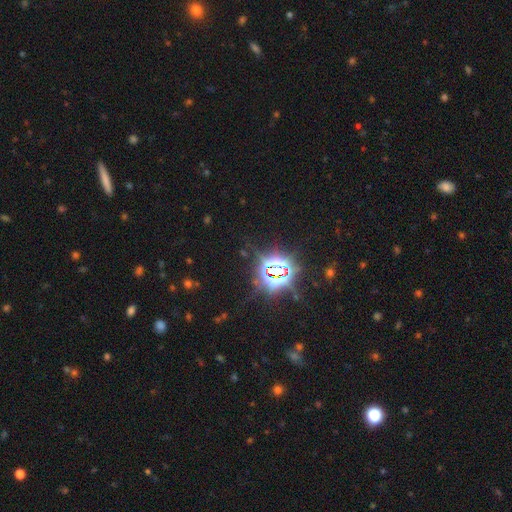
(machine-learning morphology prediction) A star or artifact, not a galaxy (82%).